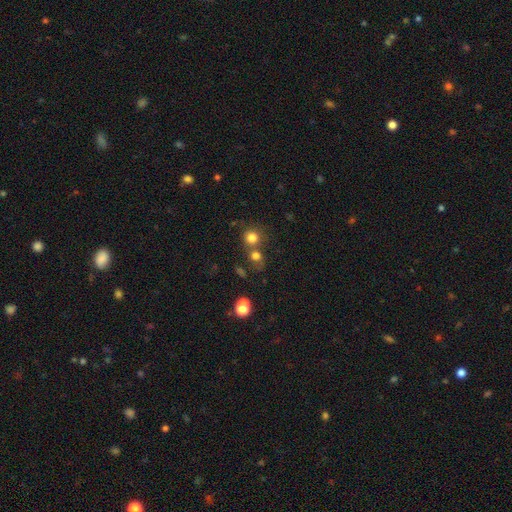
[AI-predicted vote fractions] smooth_or_featured: smooth (p=0.73) [alt: star or artifact p=0.17]
how_rounded: round (p=0.79) [alt: in between p=0.20]
merging: none (p=0.50) [alt: merger p=0.33]